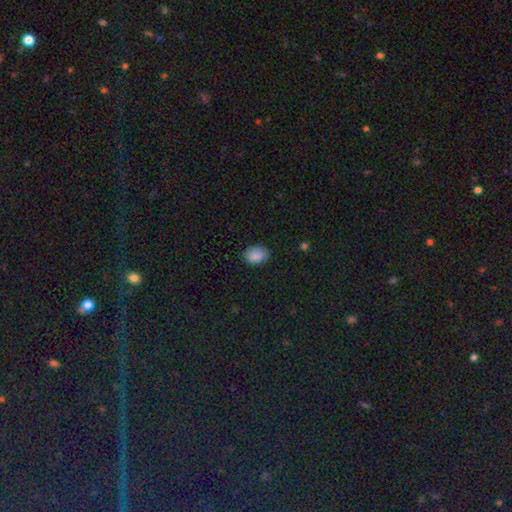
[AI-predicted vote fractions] The model was most divided on "how rounded": in between: 83%, round: 16%, cigar-shaped: 1%. More confident: smooth or featured — smooth (88%); merging — none (84%).